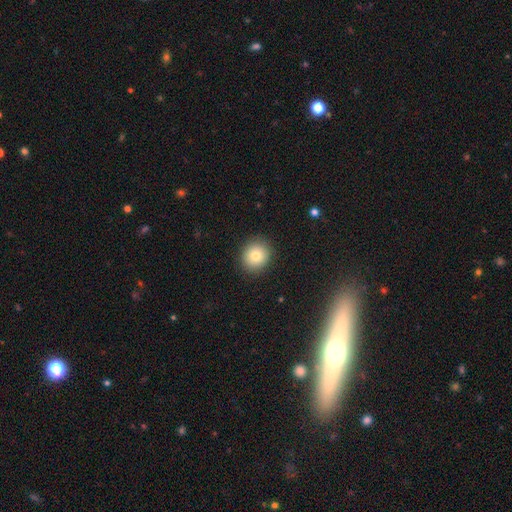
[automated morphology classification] smooth 80%, star or artifact 10%, featured or disk 10%. Down the decision tree: how rounded — round (87%); merging — none (90%).